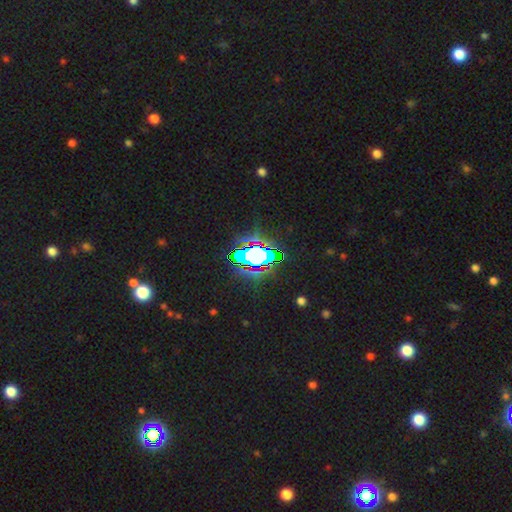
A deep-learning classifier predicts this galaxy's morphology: The model was most divided on "smooth or featured": star or artifact: 67%, smooth: 19%, featured or disk: 14%.